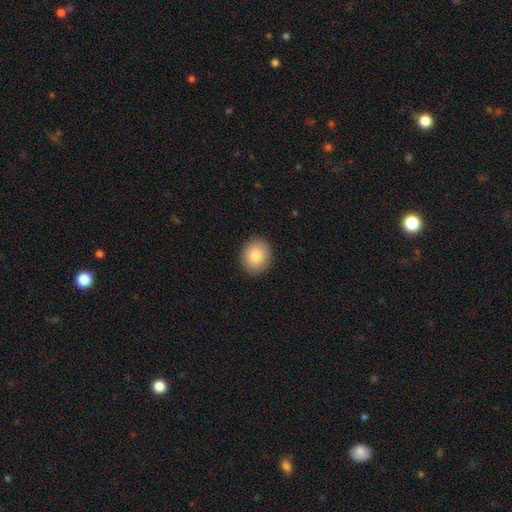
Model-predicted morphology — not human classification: type=smooth (85%); roundness=round (66%); merging=none (90%).